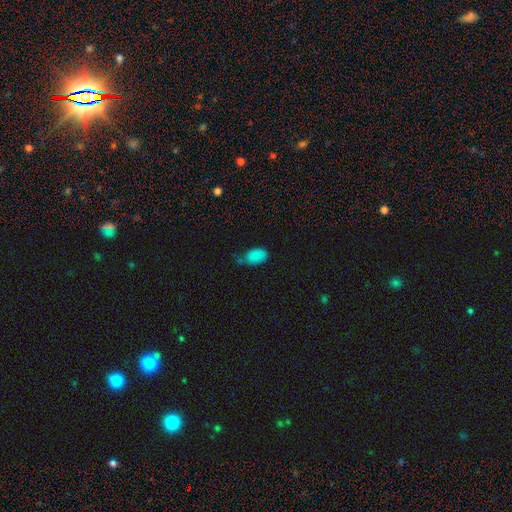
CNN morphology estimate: smooth_or_featured: smooth (p=0.84) [alt: star or artifact p=0.10]
how_rounded: in between (p=0.91) [alt: round p=0.07]
merging: none (p=0.49) [alt: minor disturbance p=0.33]